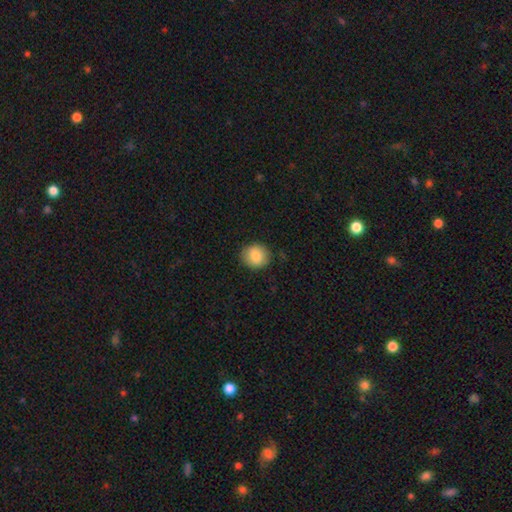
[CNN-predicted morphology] Q: Smooth or featured?
A: smooth (86%); runner-up: star or artifact (8%)
Q: How rounded?
A: round (84%); runner-up: in between (15%)
Q: Merging?
A: none (87%); runner-up: minor disturbance (10%)